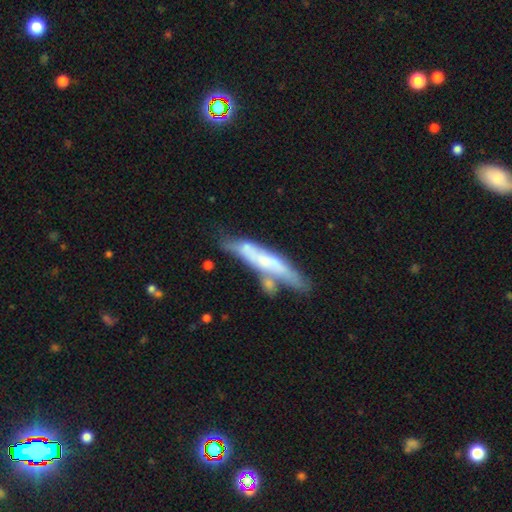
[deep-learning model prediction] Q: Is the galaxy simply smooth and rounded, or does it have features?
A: featured or disk — 54%.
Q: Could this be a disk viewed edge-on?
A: yes — 70%.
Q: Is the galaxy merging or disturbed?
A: none — 50%.